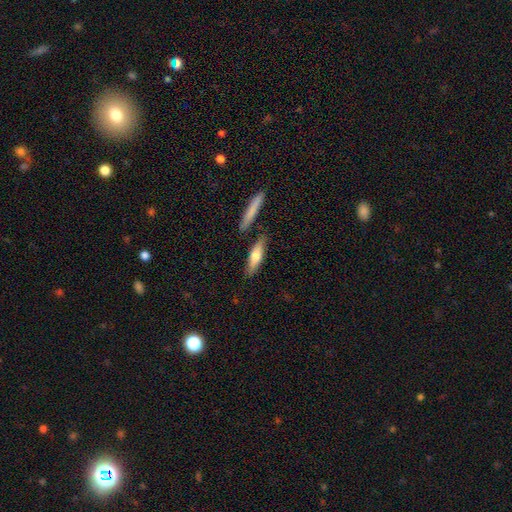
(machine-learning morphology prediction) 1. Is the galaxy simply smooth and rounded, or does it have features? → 64% smooth, 31% featured or disk, 5% star or artifact.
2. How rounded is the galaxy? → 68% cigar-shaped, 30% in between, 2% round.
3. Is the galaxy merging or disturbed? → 79% none, 11% minor disturbance, 7% merger, 2% major disturbance.